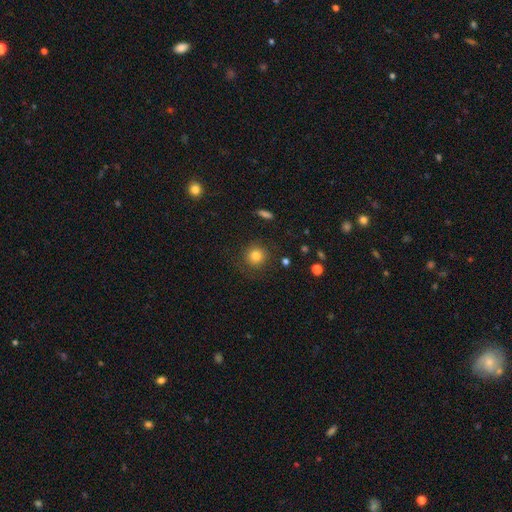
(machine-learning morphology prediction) This is clearly a smooth galaxy (82%). How rounded: clearly round (92%). Merging: clearly none (84%).